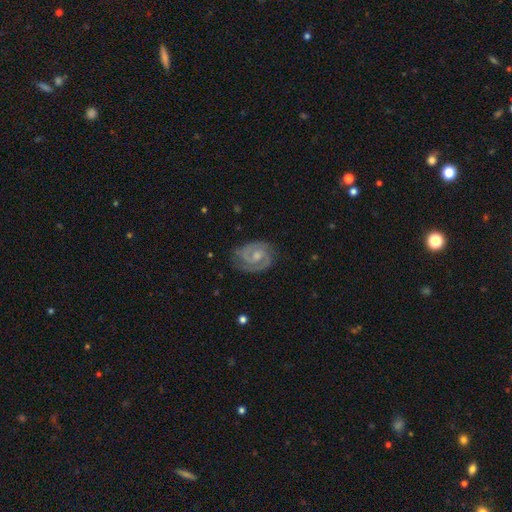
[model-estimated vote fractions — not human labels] This is clearly a featured or disk galaxy (88%). It is clearly not viewed edge-on (98%). Bar: possibly weak (46%, tied with no). Spiral arm pattern: clearly yes (97%). Spiral arm count: clearly 2 (89%). Spiral winding: possibly tight (53%). Central bulge: possibly moderate (50%). Merging: likely none (77%).